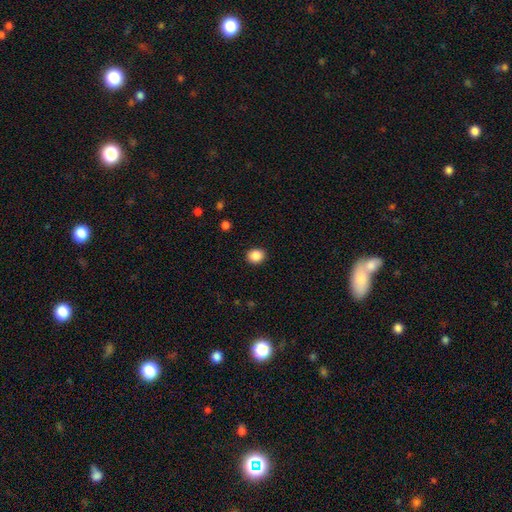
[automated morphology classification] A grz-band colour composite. It shows a smooth galaxy with no disk features (88%) that is round (69%). Merging: none (91%).